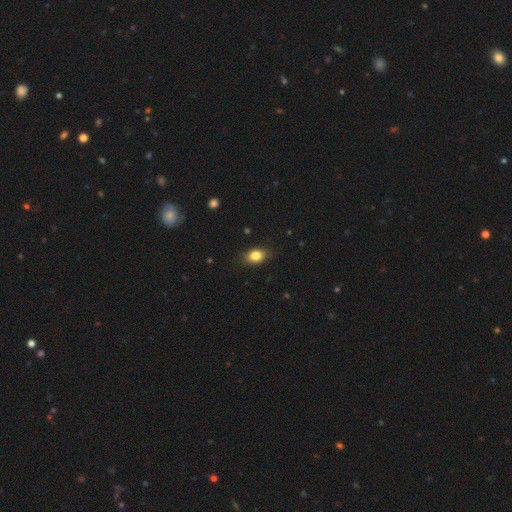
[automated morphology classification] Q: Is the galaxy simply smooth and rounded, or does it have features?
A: smooth — 82%.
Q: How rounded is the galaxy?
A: in between — 78%.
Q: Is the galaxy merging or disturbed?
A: none — 84%.